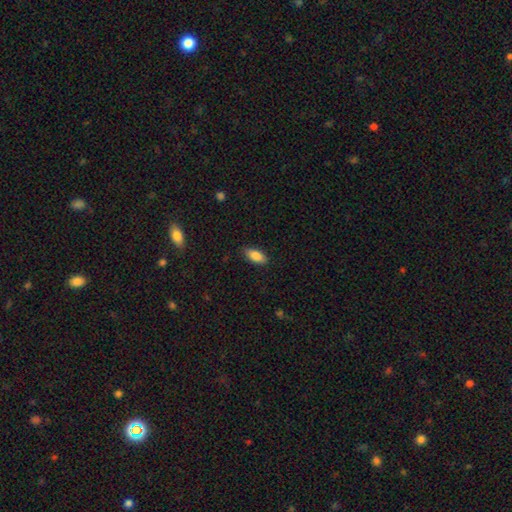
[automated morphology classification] Smooth or featured?
  - smooth: 85% *
  - featured or disk: 8%
  - star or artifact: 7%
How rounded?
  - in between: 84% *
  - cigar-shaped: 13%
  - round: 2%
Merging?
  - none: 87% *
  - minor disturbance: 10%
  - major disturbance: 2%
  - merger: 1%